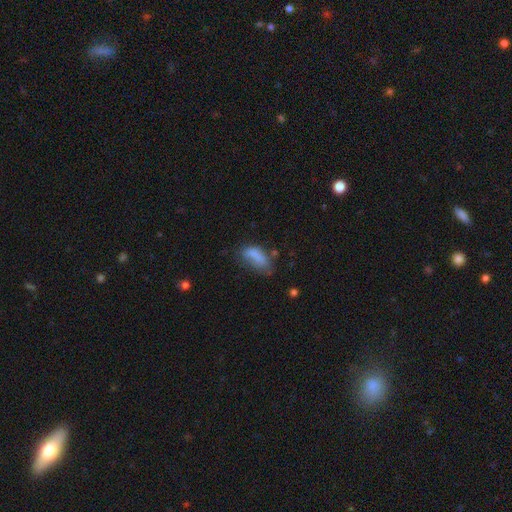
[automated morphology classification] smooth 73%, featured or disk 17%, star or artifact 10%. Down the decision tree: how rounded — in between (82%); merging — none (34%).